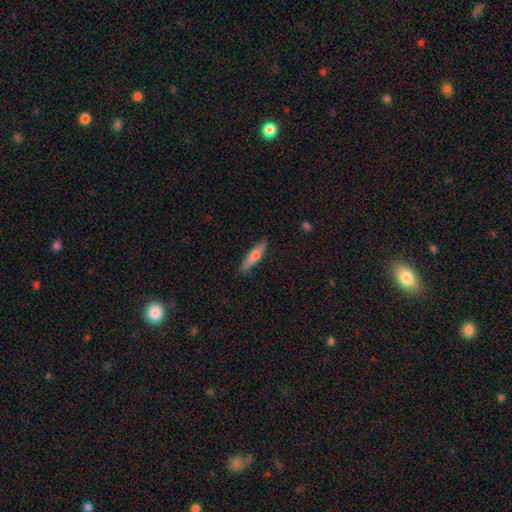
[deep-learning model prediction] A smooth galaxy with no disk features (56%) that is cigar-shaped (84%).

Vote fractions:
- Smooth or featured? smooth: 56% / featured or disk: 38% / star or artifact: 6%
- How rounded? cigar-shaped: 84% / in between: 15% / round: 2%
- Merging? none: 87% / minor disturbance: 10% / major disturbance: 2% / merger: 1%